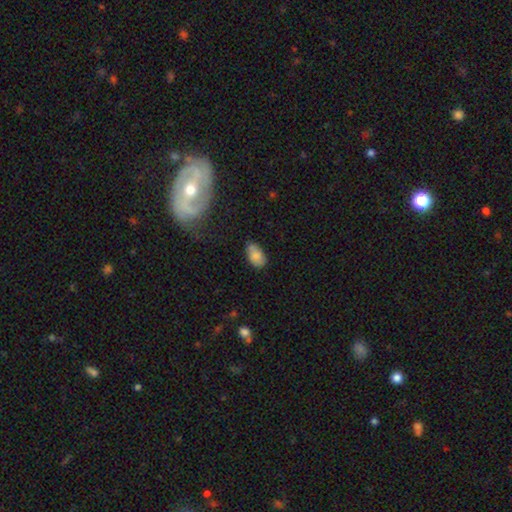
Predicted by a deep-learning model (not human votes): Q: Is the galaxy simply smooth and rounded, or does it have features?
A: smooth — 80%.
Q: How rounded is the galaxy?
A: in between — 92%.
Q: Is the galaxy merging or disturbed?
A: none — 63%.